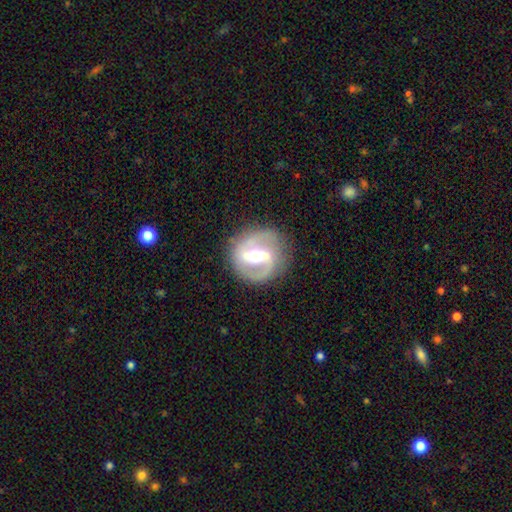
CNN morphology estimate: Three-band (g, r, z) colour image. It shows a featured or disk galaxy (85%) with a strong bar (55%), 2 (89%) medium (51%) spiral arms (89%) and a moderate central bulge (68%). Merging: none (83%).